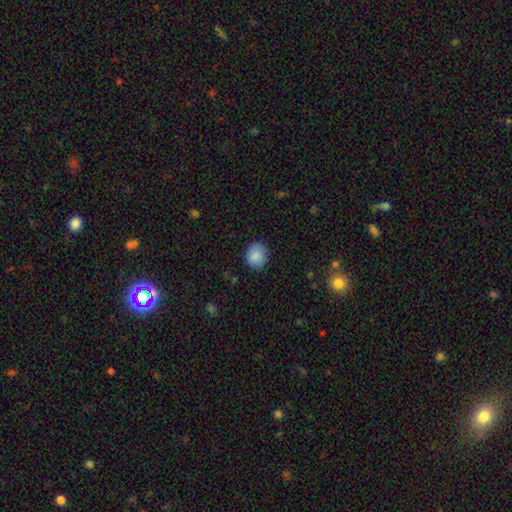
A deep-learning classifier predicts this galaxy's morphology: The model was most divided on "how rounded": round: 70%, in between: 29%, cigar-shaped: 1%. More confident: smooth or featured — smooth (88%); merging — none (85%).